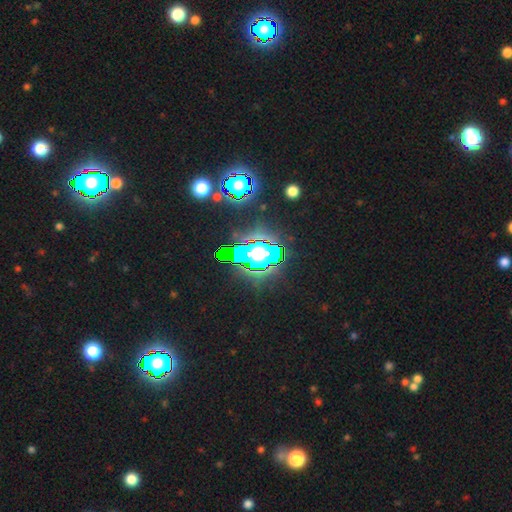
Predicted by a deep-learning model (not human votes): This appears to be a star or artifact, not a galaxy (61%).